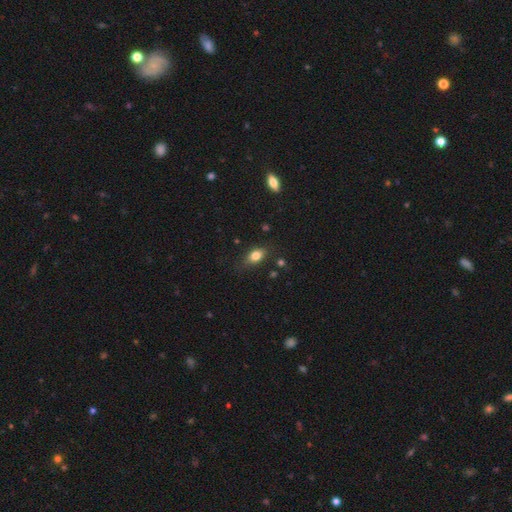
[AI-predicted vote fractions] Smooth or featured? Predicted: smooth (p=0.79). How rounded? Predicted: in between (p=0.80). Merging? Predicted: none (p=0.73).